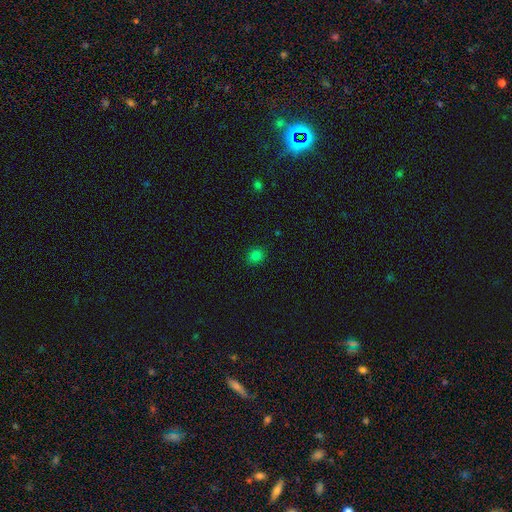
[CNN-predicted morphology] smooth-or-featured: smooth: 79% | star or artifact: 16% | featured or disk: 5%
  how-rounded: round: 74% | in between: 25% | cigar-shaped: 1%
  merging: none: 89% | minor disturbance: 8% | major disturbance: 2% | merger: 1%